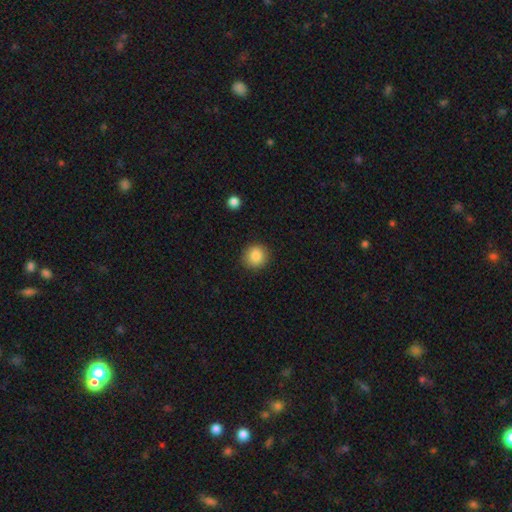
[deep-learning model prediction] The model was most divided on "smooth or featured": smooth: 86%, star or artifact: 9%, featured or disk: 5%. More confident: how rounded — round (90%); merging — none (89%).